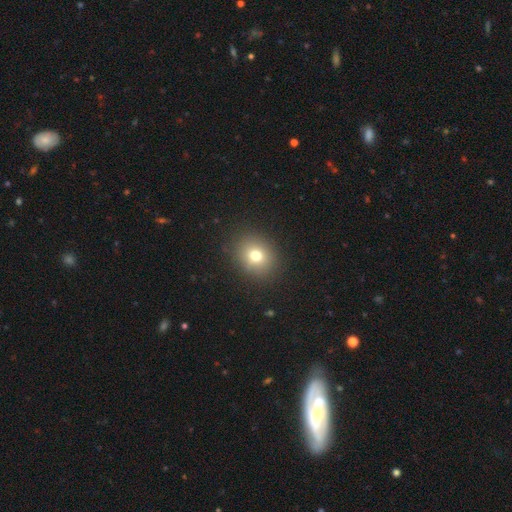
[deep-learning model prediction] Smooth or featured? Predicted: smooth (p=0.73). How rounded? Predicted: round (p=0.71). Merging? Predicted: none (p=0.87).